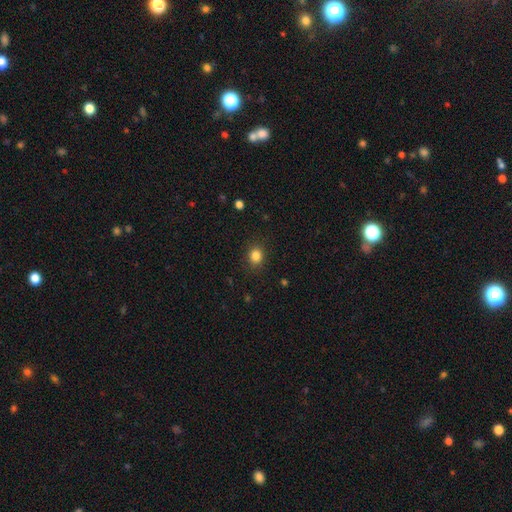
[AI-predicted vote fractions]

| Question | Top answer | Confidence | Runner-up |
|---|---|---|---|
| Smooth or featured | smooth | 84% | star or artifact (11%) |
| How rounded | round | 68% | in between (31%) |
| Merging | none | 88% | minor disturbance (8%) |